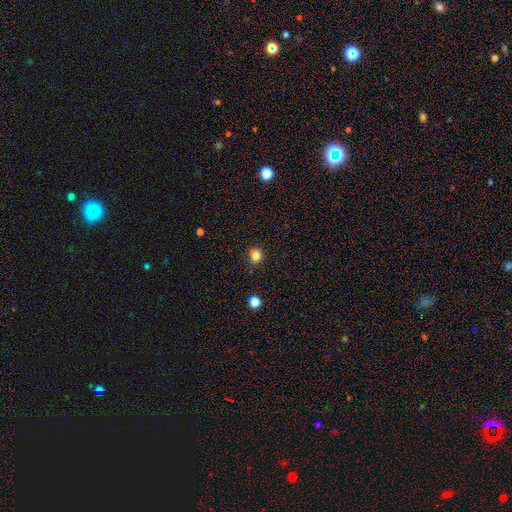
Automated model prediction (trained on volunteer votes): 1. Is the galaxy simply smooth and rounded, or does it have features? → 81% smooth, 13% star or artifact, 6% featured or disk.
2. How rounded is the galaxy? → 74% round, 25% in between, 1% cigar-shaped.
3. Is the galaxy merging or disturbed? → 76% none, 16% minor disturbance, 4% merger, 4% major disturbance.